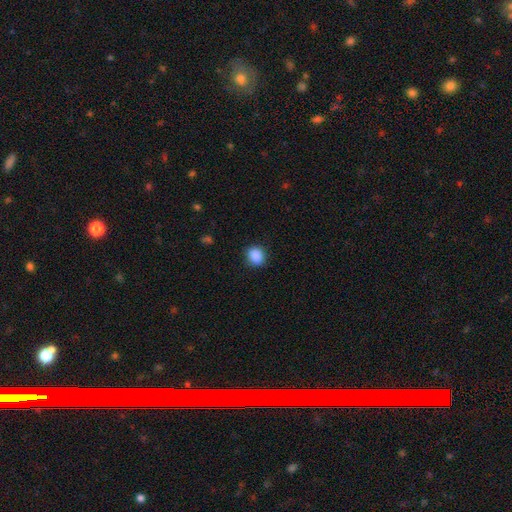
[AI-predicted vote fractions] Morphology: type=smooth (89%); roundness=round (58%); merging=none (86%).